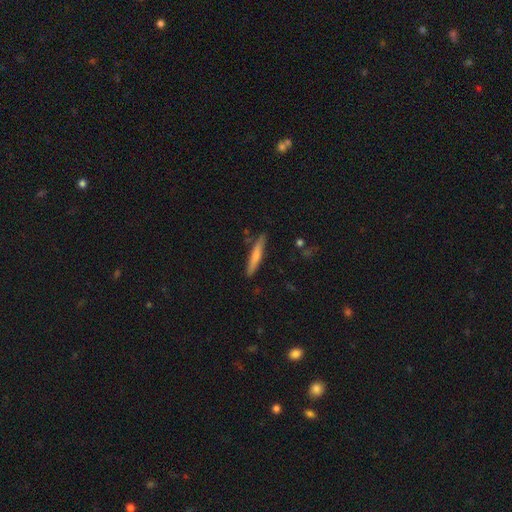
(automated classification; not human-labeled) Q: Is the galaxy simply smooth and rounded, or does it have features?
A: smooth — 69%.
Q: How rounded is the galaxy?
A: cigar-shaped — 93%.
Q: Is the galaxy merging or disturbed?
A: none — 85%.